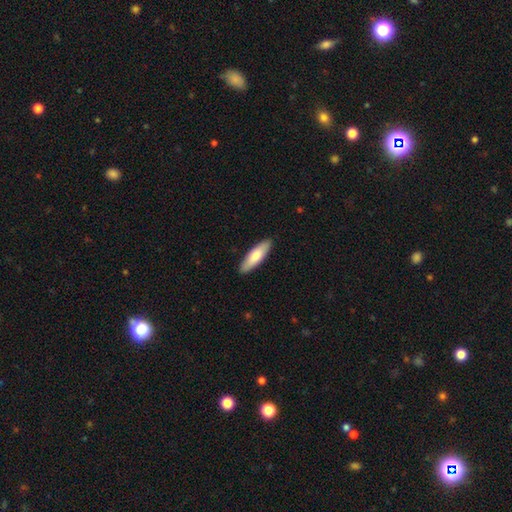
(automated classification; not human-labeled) Q: Smooth or featured?
A: smooth (74%); runner-up: featured or disk (21%)
Q: How rounded?
A: cigar-shaped (53%); runner-up: in between (45%)
Q: Merging?
A: none (90%); runner-up: minor disturbance (8%)